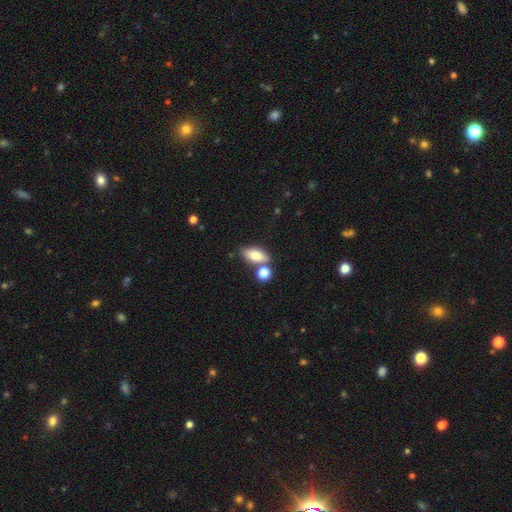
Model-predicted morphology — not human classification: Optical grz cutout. It shows a smooth galaxy with no disk features (76%) that is in between round and cigar-shaped (81%). Merging: none (62%).